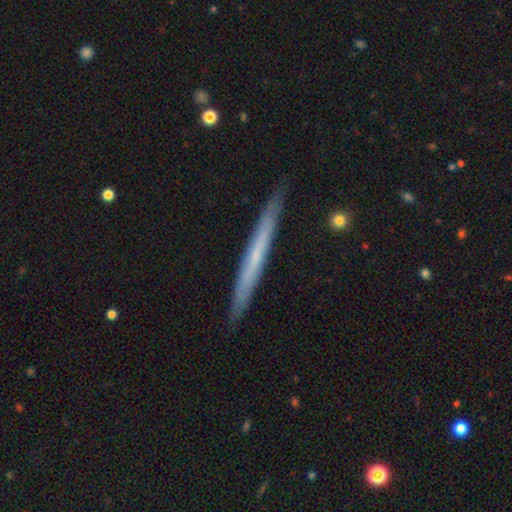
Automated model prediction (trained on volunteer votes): A featured or disk galaxy (52%) viewed edge-on (96%) with no central bulge (85%). Merging: none (90%).